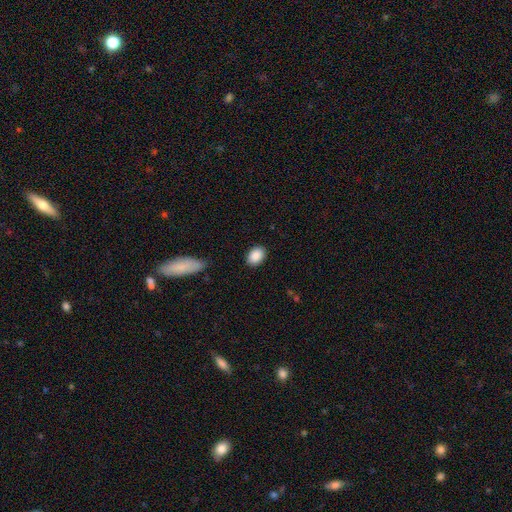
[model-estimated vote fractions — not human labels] A smooth galaxy with no disk features (89%) that is in between round and cigar-shaped (74%).

Vote fractions:
- Smooth or featured? smooth: 89% / star or artifact: 7% / featured or disk: 4%
- How rounded? in between: 74% / round: 25% / cigar-shaped: 1%
- Merging? none: 86% / minor disturbance: 10% / major disturbance: 3% / merger: 1%